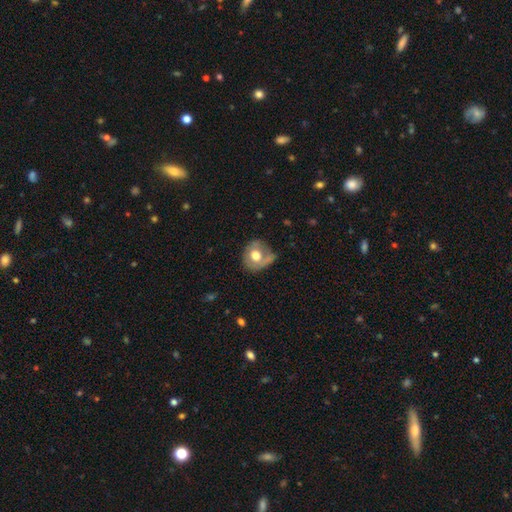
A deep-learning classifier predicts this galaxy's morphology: This appears to be a smooth galaxy with no disk features (58%) that is round (73%). Merging: none (52%).